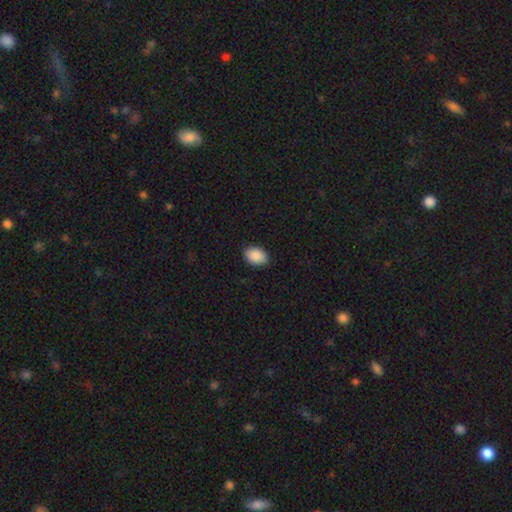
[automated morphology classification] Q: Smooth or featured?
A: smooth (91%); runner-up: star or artifact (6%)
Q: How rounded?
A: in between (88%); runner-up: round (11%)
Q: Merging?
A: none (89%); runner-up: minor disturbance (8%)